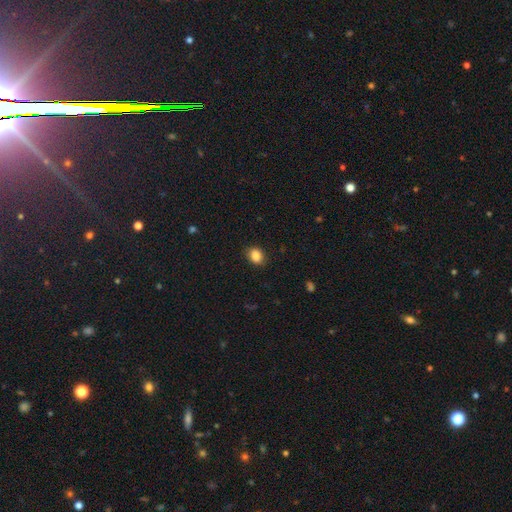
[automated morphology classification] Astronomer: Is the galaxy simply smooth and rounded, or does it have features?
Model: smooth — 87%.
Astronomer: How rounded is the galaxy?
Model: in between — 60% (runner-up: round, 39%).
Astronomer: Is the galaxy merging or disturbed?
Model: none — 86%.